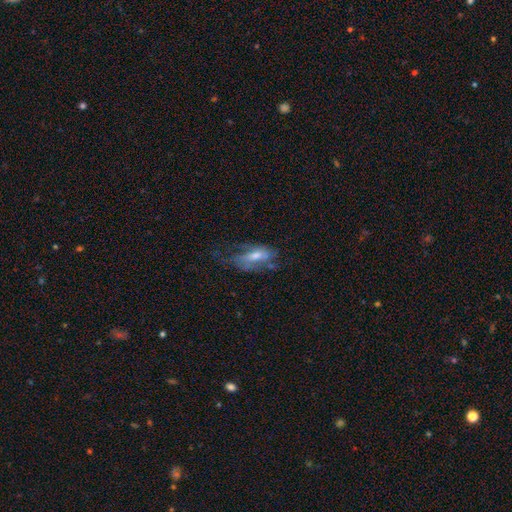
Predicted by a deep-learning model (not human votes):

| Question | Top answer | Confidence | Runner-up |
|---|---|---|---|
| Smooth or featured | featured or disk | 58% | smooth (32%) |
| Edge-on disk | no | 84% | yes (16%) |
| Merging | none | 40% | major disturbance (31%) |